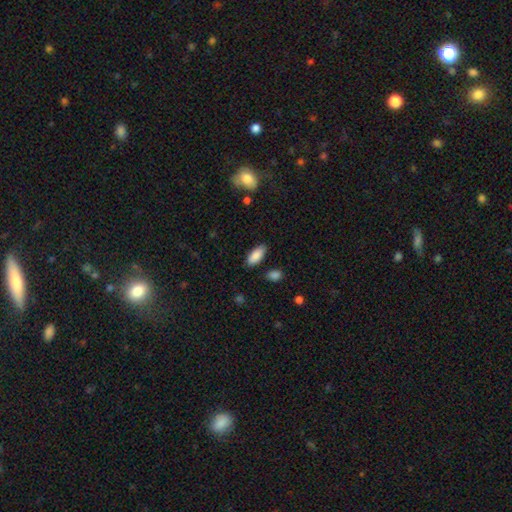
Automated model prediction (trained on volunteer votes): Q: Smooth or featured?
A: smooth (89%); runner-up: star or artifact (7%)
Q: How rounded?
A: in between (87%); runner-up: cigar-shaped (11%)
Q: Merging?
A: none (83%); runner-up: minor disturbance (12%)